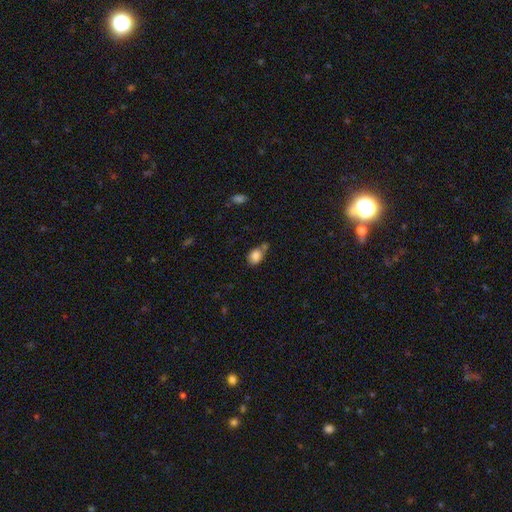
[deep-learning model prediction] Smooth or featured? smooth (84%)
How rounded? in between (73%)
Merging? none (46%)